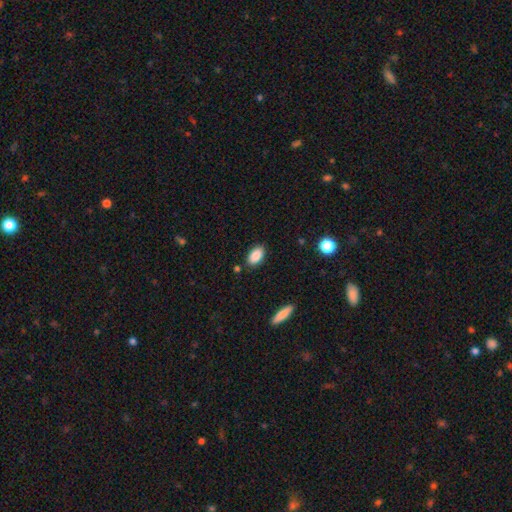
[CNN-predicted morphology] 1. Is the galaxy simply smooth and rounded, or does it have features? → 88% smooth, 7% star or artifact, 5% featured or disk.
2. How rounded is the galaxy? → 92% in between, 4% round, 3% cigar-shaped.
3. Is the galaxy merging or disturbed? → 85% none, 10% minor disturbance, 2% merger, 2% major disturbance.